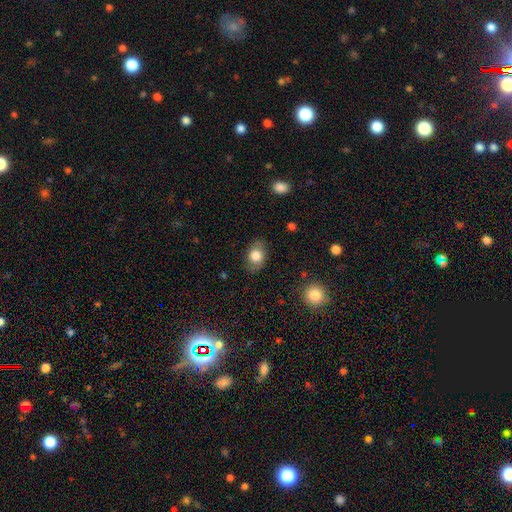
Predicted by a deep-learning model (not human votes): smooth 78%, featured or disk 14%, star or artifact 8%. Down the decision tree: how rounded — in between (78%); merging — none (82%).